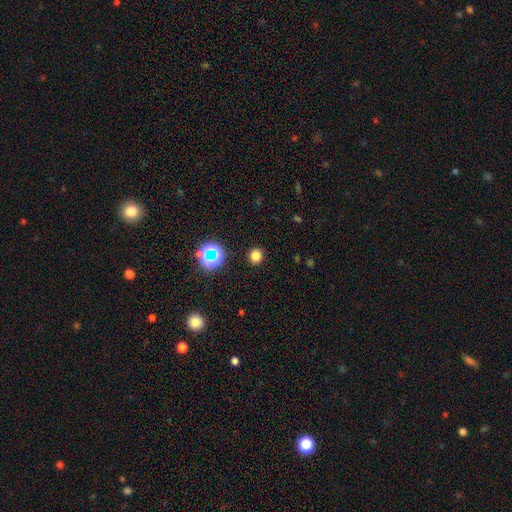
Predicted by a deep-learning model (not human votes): smooth_or_featured: smooth (p=0.76) [alt: star or artifact p=0.19]
how_rounded: round (p=0.87) [alt: in between p=0.12]
merging: none (p=0.91) [alt: minor disturbance p=0.06]